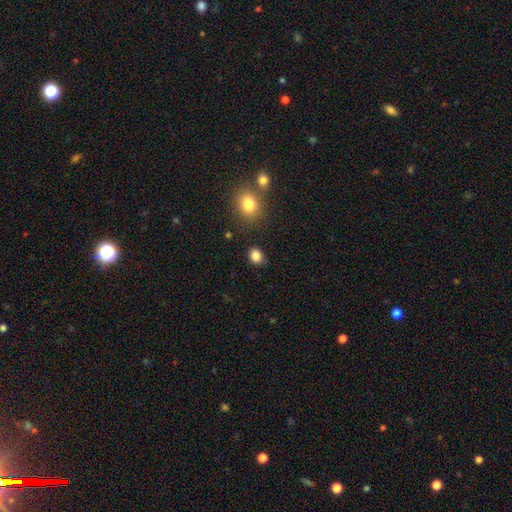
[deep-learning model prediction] Smooth or featured? Predicted: smooth (p=0.85). How rounded? Predicted: round (p=0.50). Merging? Predicted: none (p=0.83).